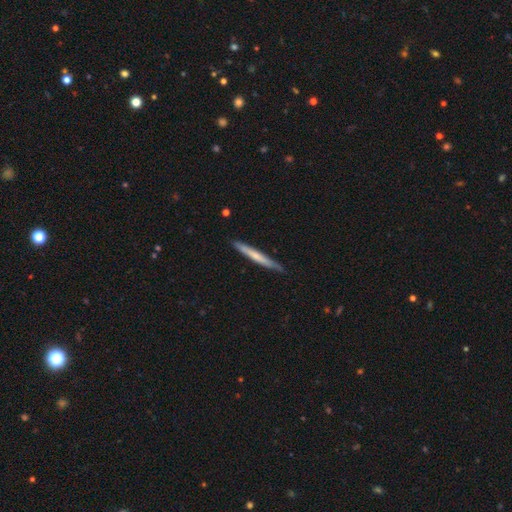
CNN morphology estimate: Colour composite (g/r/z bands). It shows a smooth galaxy with no disk features (56%) that is cigar-shaped (97%). Merging: none (84%).